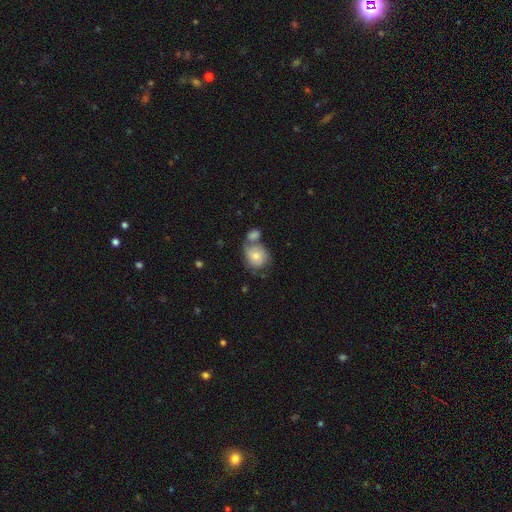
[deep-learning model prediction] smooth-or-featured: smooth: 70% | featured or disk: 22% | star or artifact: 8%
  how-rounded: round: 66% | in between: 33% | cigar-shaped: 1%
  merging: merger: 43% | none: 33% | minor disturbance: 15% | major disturbance: 9%